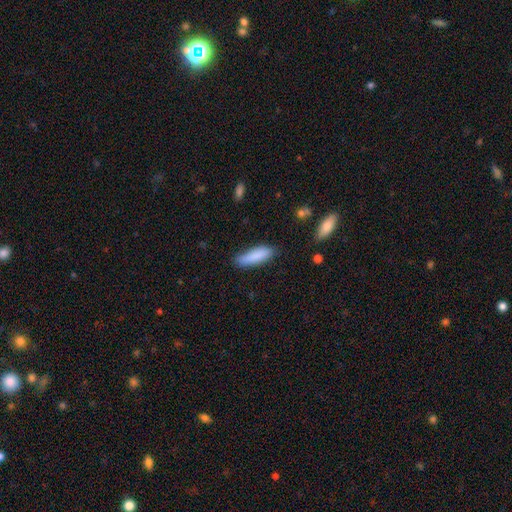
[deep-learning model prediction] Overall: smooth (87%). How rounded: cigar-shaped (56%; in between 42%). Merging: none (78%).